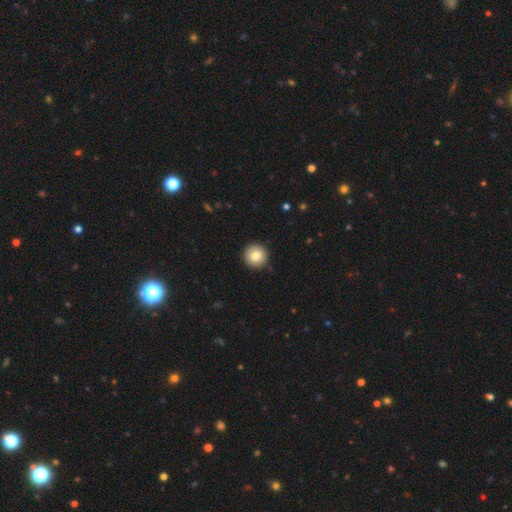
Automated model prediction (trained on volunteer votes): A smooth galaxy with no disk features (81%) that is round (96%).

Vote fractions:
- Smooth or featured? smooth: 81% / featured or disk: 10% / star or artifact: 9%
- How rounded? round: 96% / in between: 3% / cigar-shaped: 1%
- Merging? none: 91% / minor disturbance: 6% / major disturbance: 2% / merger: 1%